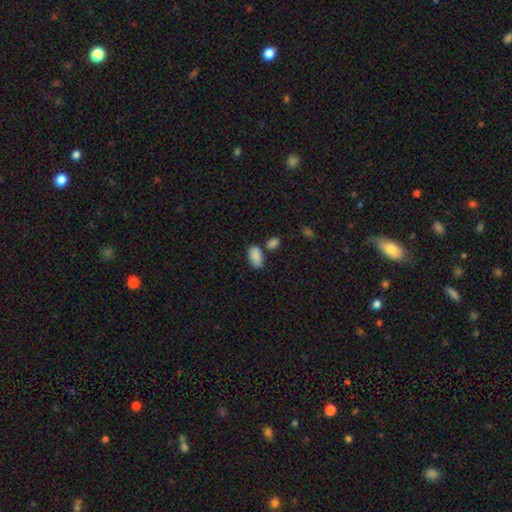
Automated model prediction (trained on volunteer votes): smooth-or-featured: smooth: 88% | star or artifact: 7% | featured or disk: 5%
  how-rounded: in between: 94% | round: 4% | cigar-shaped: 2%
  merging: none: 65% | merger: 15% | minor disturbance: 15% | major disturbance: 4%